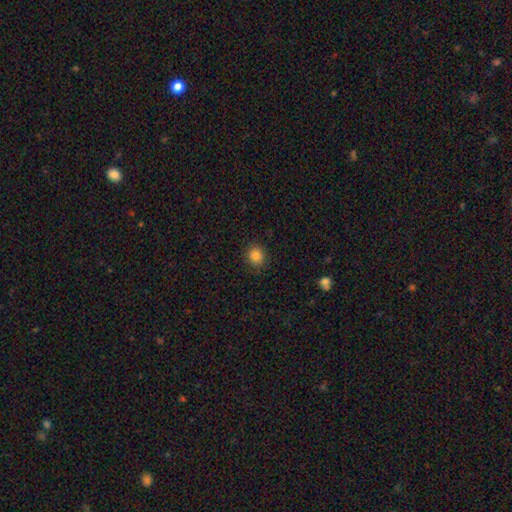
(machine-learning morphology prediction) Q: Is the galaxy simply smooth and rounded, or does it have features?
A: smooth — 83%.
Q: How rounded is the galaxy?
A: round — 83%.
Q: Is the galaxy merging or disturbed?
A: none — 90%.